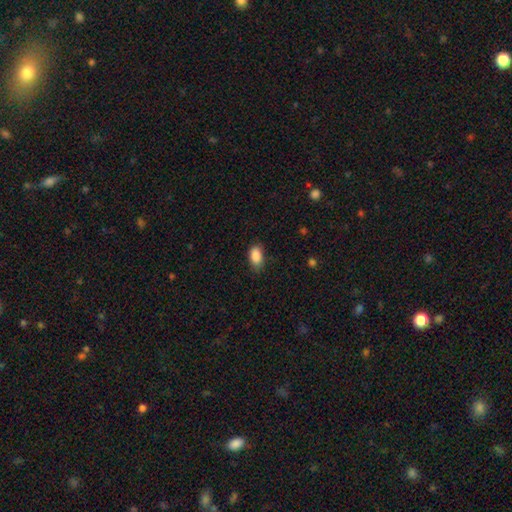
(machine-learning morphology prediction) smooth 89%, star or artifact 7%, featured or disk 4%. Down the decision tree: how rounded — in between (91%); merging — none (79%).